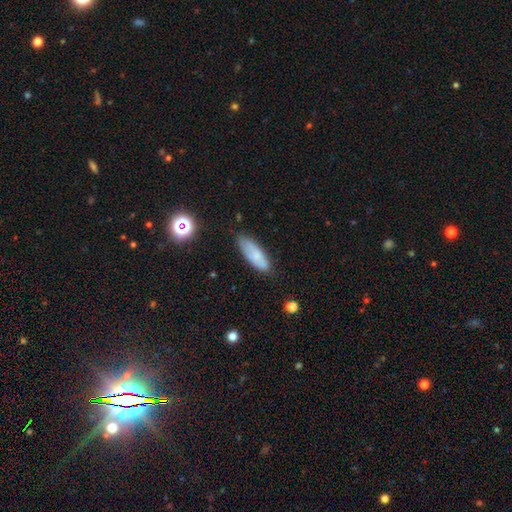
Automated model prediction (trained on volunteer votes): Morphology: type=smooth (72%); roundness=in between (57%); merging=none (72%).